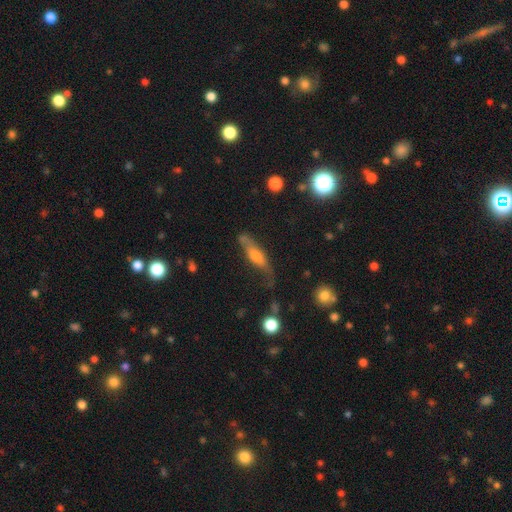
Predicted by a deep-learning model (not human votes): smooth_or_featured: featured or disk (p=0.49) [alt: smooth p=0.42]
merging: none (p=0.53) [alt: minor disturbance p=0.29]